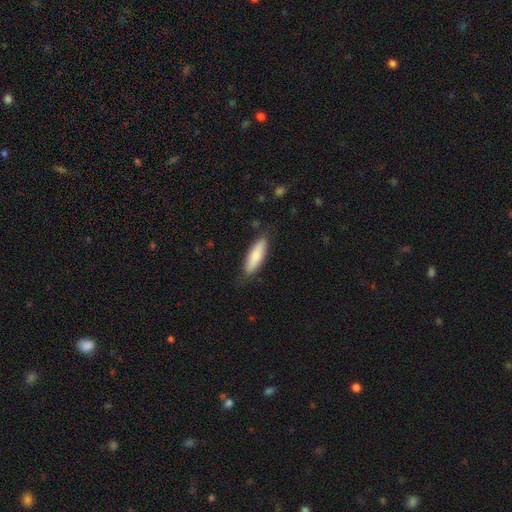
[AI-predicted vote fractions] Smooth or featured?
  - smooth: 81% *
  - featured or disk: 14%
  - star or artifact: 5%
How rounded?
  - cigar-shaped: 54% *
  - in between: 45%
  - round: 2%
Merging?
  - none: 81% *
  - minor disturbance: 15%
  - major disturbance: 3%
  - merger: 1%